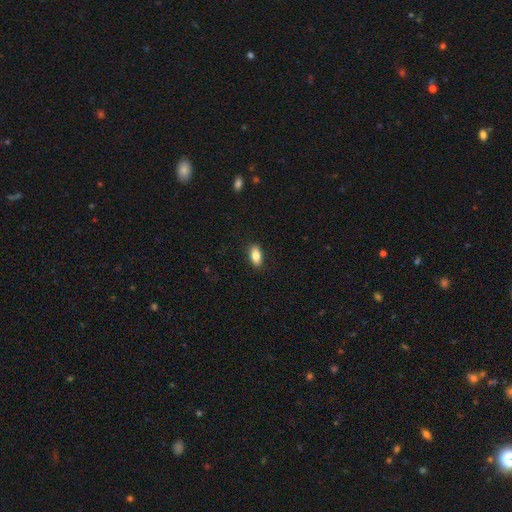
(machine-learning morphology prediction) type=smooth (82%); roundness=in between (87%); merging=none (88%).